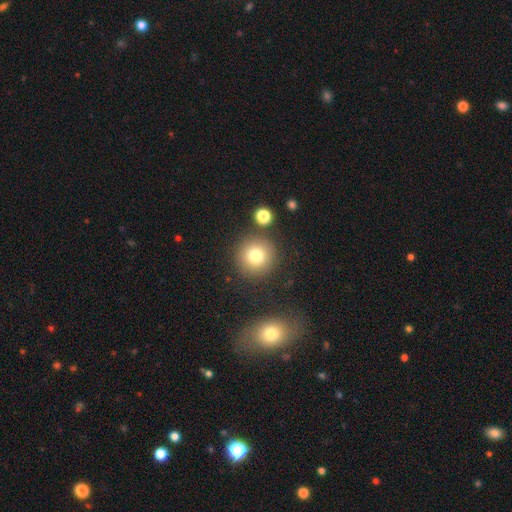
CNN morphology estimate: Smooth or featured? Predicted: smooth (p=0.77). How rounded? Predicted: round (p=0.94). Merging? Predicted: none (p=0.84).